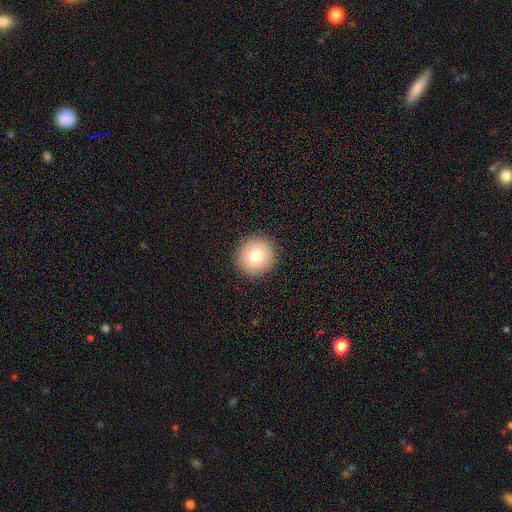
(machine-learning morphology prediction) A smooth galaxy with no disk features (76%) that is round (95%). Merging: none (92%).